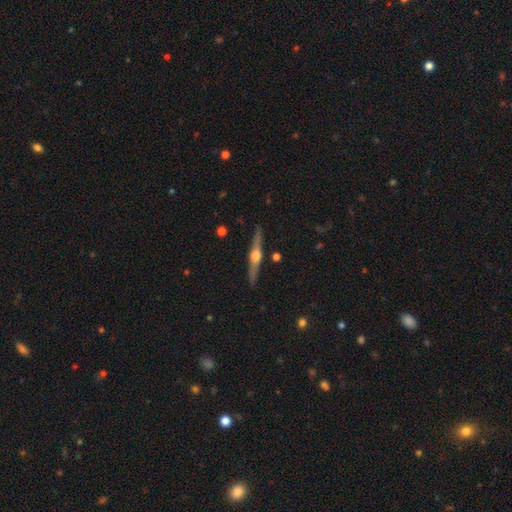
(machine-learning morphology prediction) featured or disk 78%, smooth 17%, star or artifact 5%. Down the decision tree: edge-on disk — yes (98%); edge-on bulge — rounded (93%); merging — none (90%).